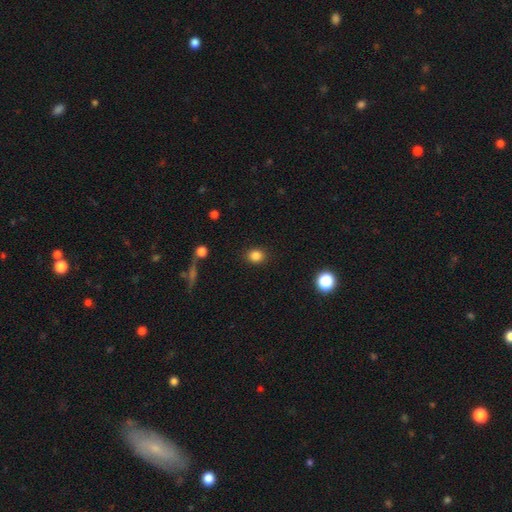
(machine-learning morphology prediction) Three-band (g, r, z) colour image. It shows a smooth galaxy with no disk features (84%) that is round (67%). Merging: none (89%).